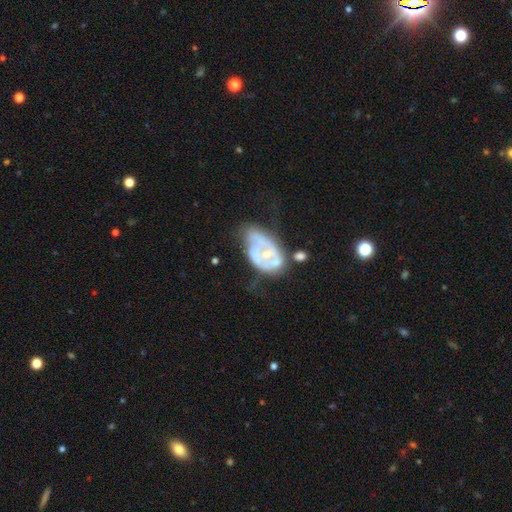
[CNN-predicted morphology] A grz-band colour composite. It shows a featured or disk galaxy (66%) with no bar (78%), no spiral arms (66%) and a small central bulge (46%). Merging: major disturbance (34%).